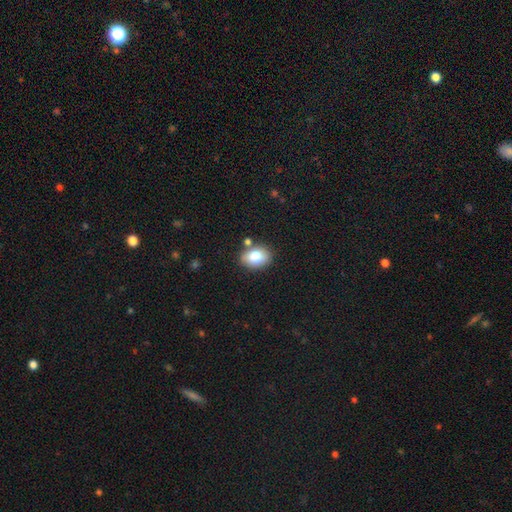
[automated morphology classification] Overall: smooth (81%). How rounded: in between (72%). Merging: none (75%).